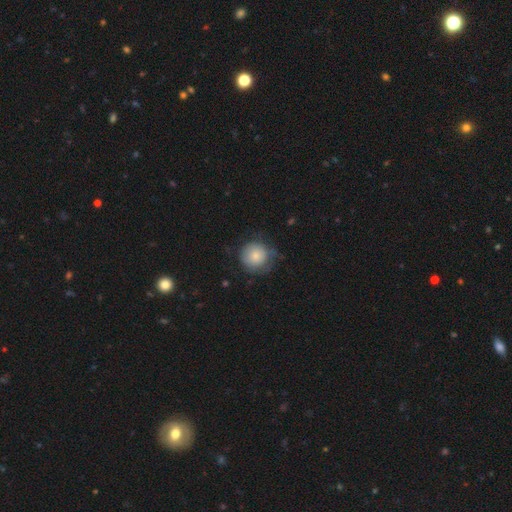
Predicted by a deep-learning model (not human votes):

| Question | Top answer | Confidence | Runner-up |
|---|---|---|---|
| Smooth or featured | smooth | 76% | featured or disk (16%) |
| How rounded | round | 93% | in between (6%) |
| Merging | none | 62% | minor disturbance (26%) |